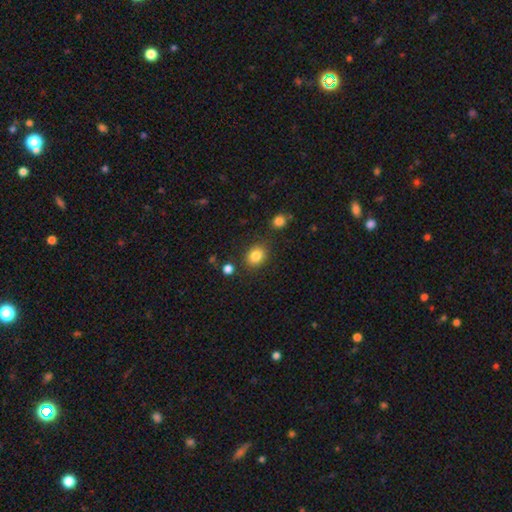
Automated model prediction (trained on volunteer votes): Smooth or featured? Predicted: smooth (p=0.84). How rounded? Predicted: round (p=0.54). Merging? Predicted: none (p=0.82).